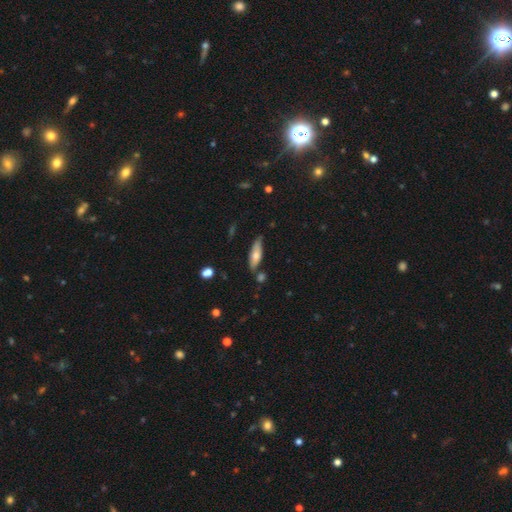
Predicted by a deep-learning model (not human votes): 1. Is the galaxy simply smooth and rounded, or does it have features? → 58% smooth, 35% featured or disk, 6% star or artifact.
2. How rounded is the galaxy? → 51% in between, 46% cigar-shaped, 2% round.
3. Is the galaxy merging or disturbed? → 71% none, 20% minor disturbance, 6% merger, 4% major disturbance.